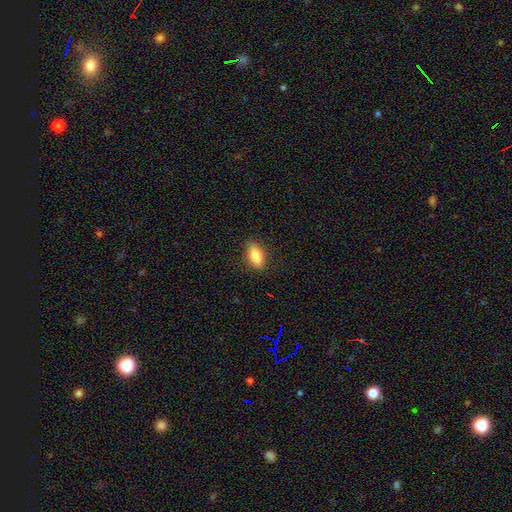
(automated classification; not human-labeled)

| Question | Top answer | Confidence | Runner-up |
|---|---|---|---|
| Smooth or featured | smooth | 87% | star or artifact (7%) |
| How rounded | in between | 89% | cigar-shaped (6%) |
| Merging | none | 86% | minor disturbance (10%) |